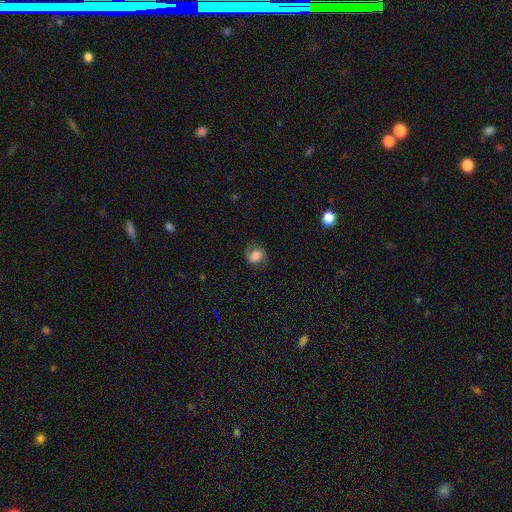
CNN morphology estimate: This appears to be a smooth galaxy with no disk features (51%) that is round (66%). Merging: none (75%).